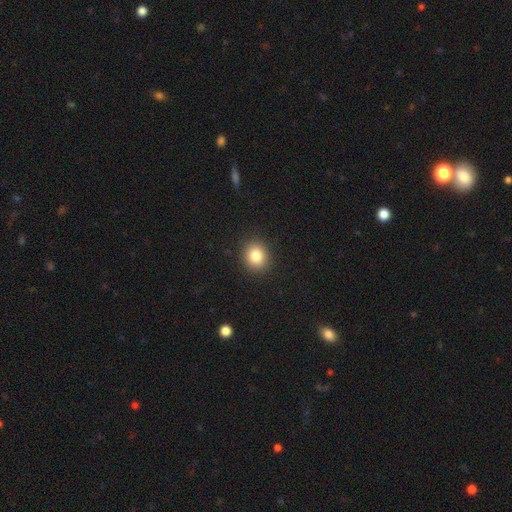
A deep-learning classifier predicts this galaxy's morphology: smooth-or-featured: smooth: 82% | star or artifact: 11% | featured or disk: 7%
  how-rounded: round: 78% | in between: 21% | cigar-shaped: 1%
  merging: none: 91% | minor disturbance: 6% | major disturbance: 2% | merger: 1%